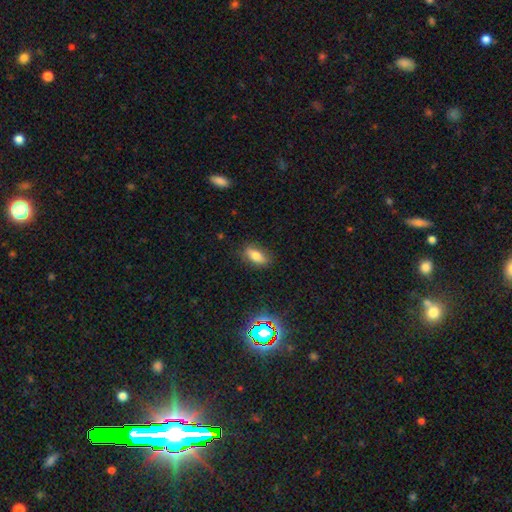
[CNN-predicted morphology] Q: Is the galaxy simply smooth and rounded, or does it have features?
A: smooth — 72%.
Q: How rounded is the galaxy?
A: in between — 80%.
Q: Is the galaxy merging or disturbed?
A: none — 82%.